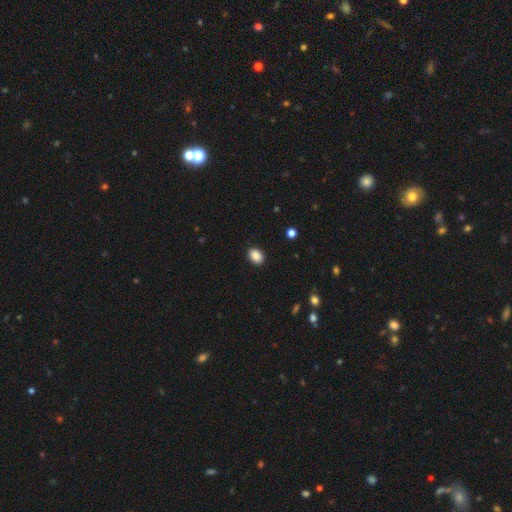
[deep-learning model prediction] This is clearly a smooth galaxy (89%). How rounded: likely in between (71%). Merging: clearly none (90%).